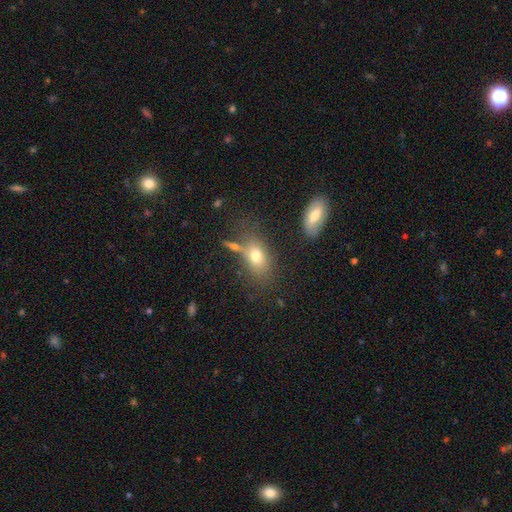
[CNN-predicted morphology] Smooth or featured?
  - smooth: 71% *
  - featured or disk: 17%
  - star or artifact: 12%
How rounded?
  - in between: 79% *
  - round: 18%
  - cigar-shaped: 4%
Merging?
  - none: 59% *
  - minor disturbance: 17%
  - merger: 15%
  - major disturbance: 9%